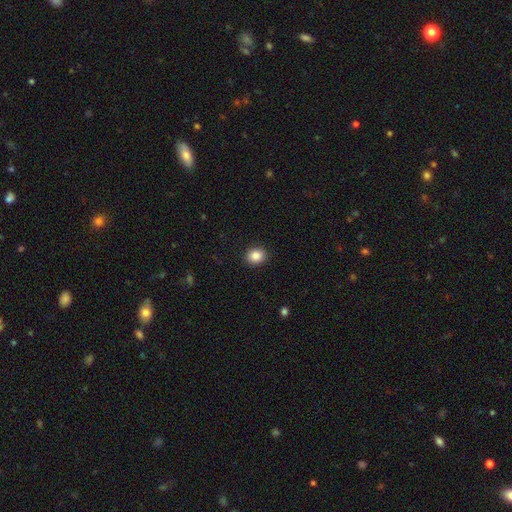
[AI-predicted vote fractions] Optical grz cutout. It shows a smooth galaxy with no disk features (87%) that is round (69%). Merging: none (91%).